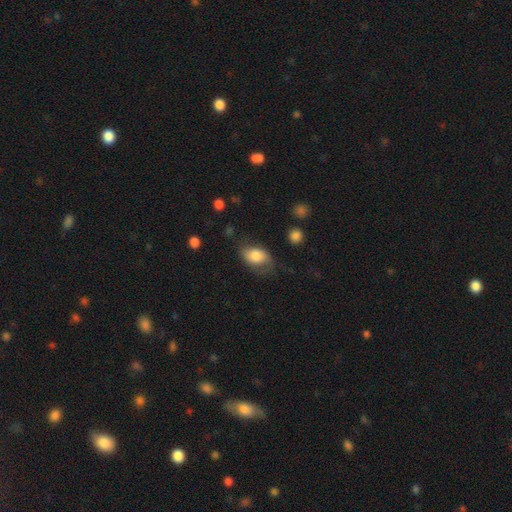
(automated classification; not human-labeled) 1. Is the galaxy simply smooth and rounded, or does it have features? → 71% smooth, 22% featured or disk, 7% star or artifact.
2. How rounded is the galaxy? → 87% in between, 11% round, 2% cigar-shaped.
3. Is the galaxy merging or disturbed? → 53% none, 29% minor disturbance, 16% major disturbance, 2% merger.